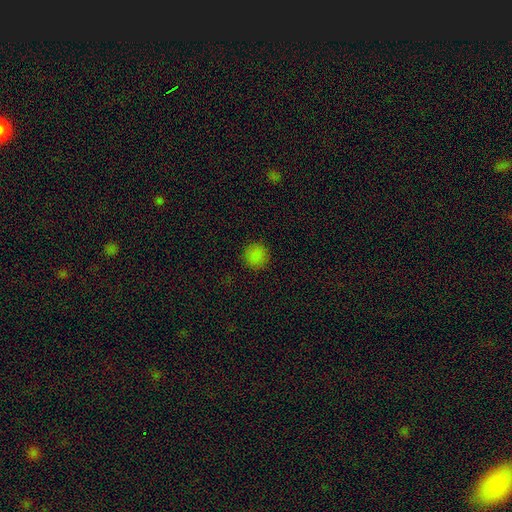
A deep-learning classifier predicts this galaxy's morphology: This is clearly a smooth galaxy (84%). How rounded: clearly round (93%). Merging: clearly none (91%).